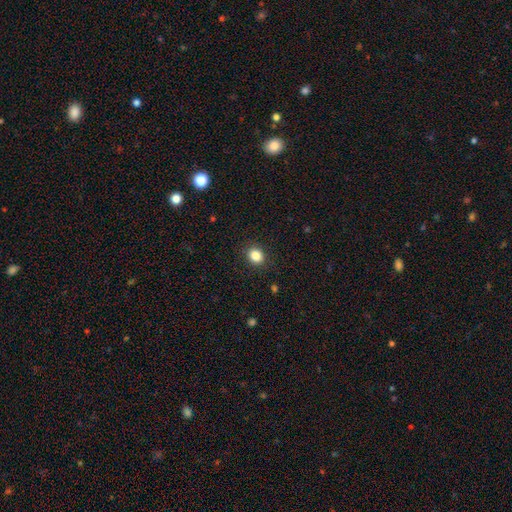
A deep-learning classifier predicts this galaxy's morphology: smooth 85%, star or artifact 11%, featured or disk 5%. Down the decision tree: how rounded — round (68%); merging — none (90%).